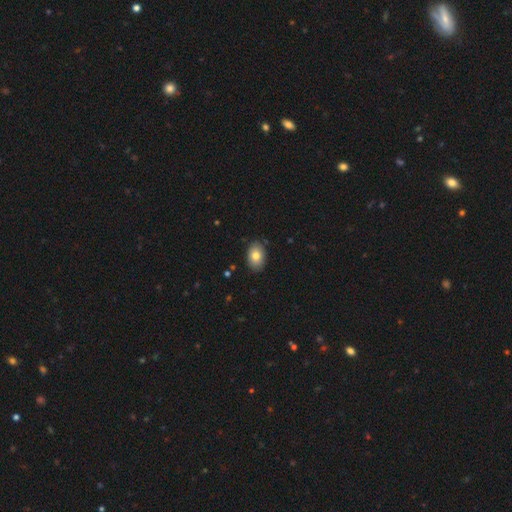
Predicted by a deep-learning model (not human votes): Smooth or featured? smooth (80%)
How rounded? in between (85%)
Merging? none (87%)